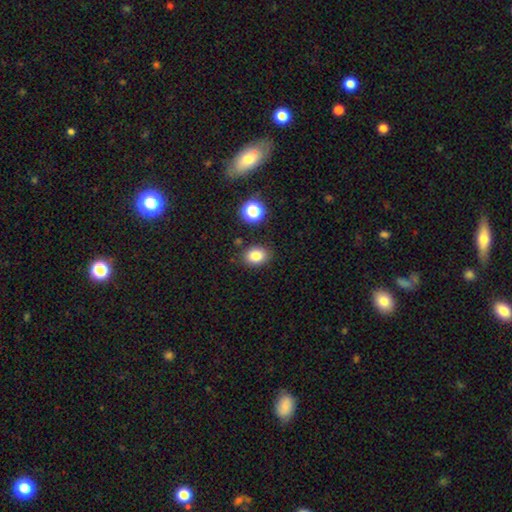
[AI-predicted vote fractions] Morphology: type=smooth (82%); roundness=in between (64%); merging=none (83%).